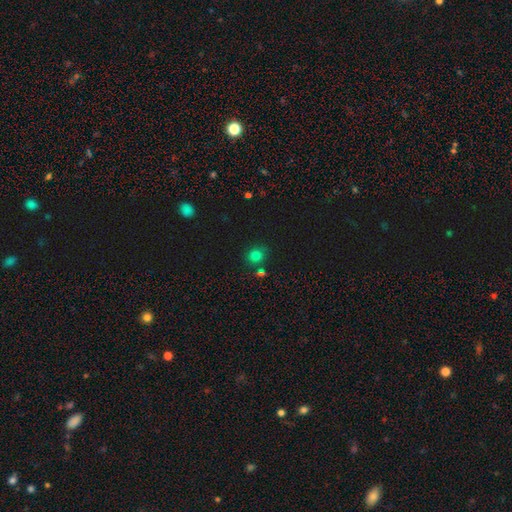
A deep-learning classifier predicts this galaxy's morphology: This is likely a smooth galaxy (77%). How rounded: likely round (78%). Merging: likely none (76%).